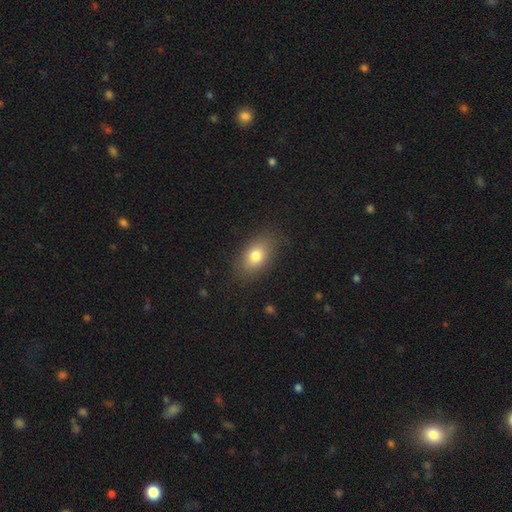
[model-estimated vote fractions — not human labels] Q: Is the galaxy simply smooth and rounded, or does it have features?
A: smooth — 79%.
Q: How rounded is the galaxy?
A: in between — 84%.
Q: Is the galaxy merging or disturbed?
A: none — 83%.